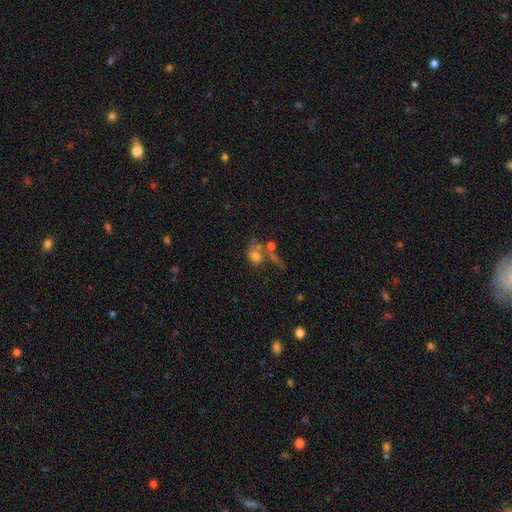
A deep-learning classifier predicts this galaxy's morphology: smooth-or-featured: smooth: 56% | featured or disk: 31% | star or artifact: 14%
  how-rounded: in between: 56% | round: 40% | cigar-shaped: 3%
  merging: merger: 40% | major disturbance: 26% | none: 22% | minor disturbance: 12%